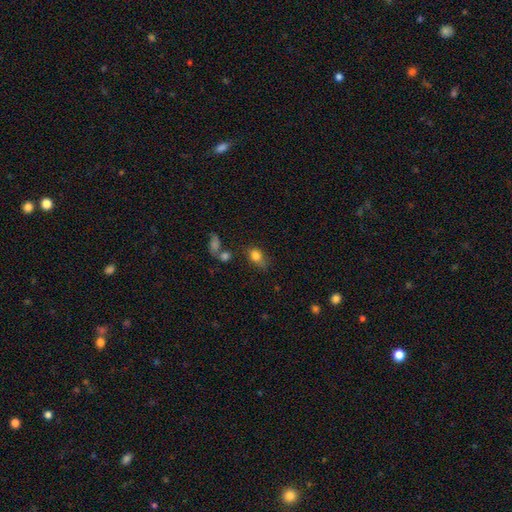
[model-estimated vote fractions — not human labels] smooth-or-featured: smooth: 81% | star or artifact: 10% | featured or disk: 9%
  how-rounded: in between: 69% | round: 29% | cigar-shaped: 2%
  merging: none: 53% | minor disturbance: 27% | major disturbance: 11% | merger: 9%